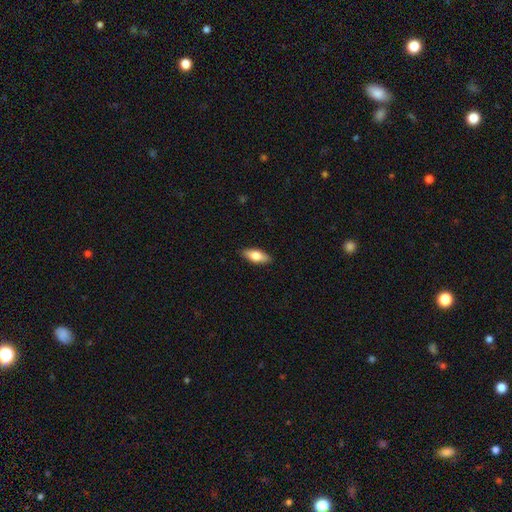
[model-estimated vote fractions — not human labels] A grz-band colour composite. It shows a smooth galaxy with no disk features (70%) that is in between round and cigar-shaped (77%). Merging: none (89%).